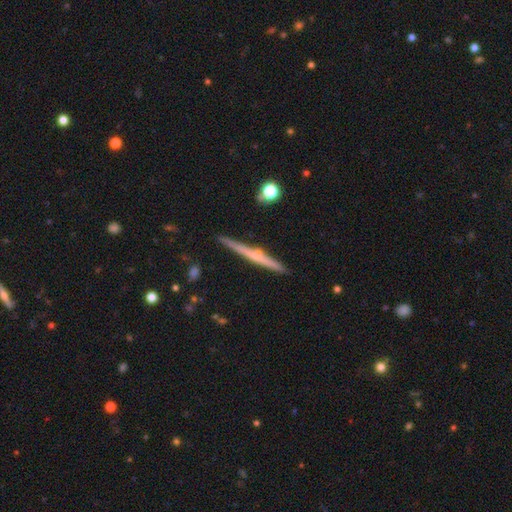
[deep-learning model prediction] Overall: featured or disk (60%; smooth 33%). Edge-on disk: yes (98%). Edge-on bulge: none (55%; rounded 35%). Merging: none (88%).